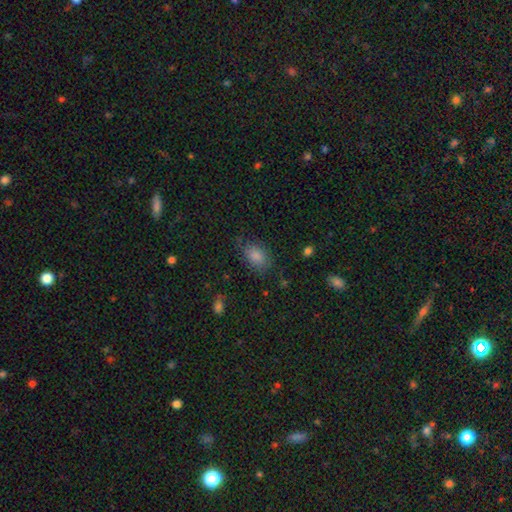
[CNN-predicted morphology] type=smooth (76%); roundness=in between (79%); merging=none (75%).